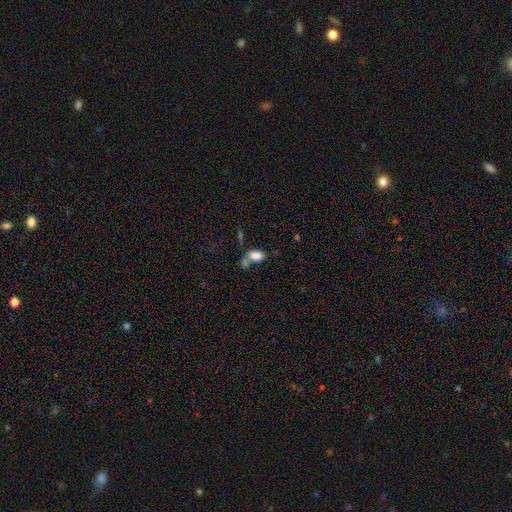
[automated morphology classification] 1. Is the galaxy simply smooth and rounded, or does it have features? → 83% smooth, 9% star or artifact, 8% featured or disk.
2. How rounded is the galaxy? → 91% in between, 7% round, 2% cigar-shaped.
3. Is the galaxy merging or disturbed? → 43% merger, 39% none, 12% minor disturbance, 6% major disturbance.